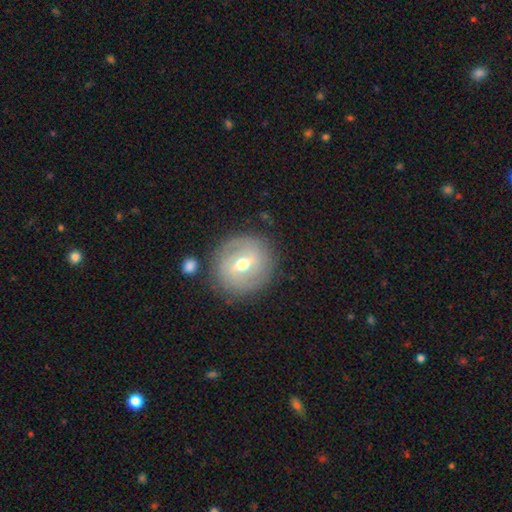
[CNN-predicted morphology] featured or disk 58%, smooth 32%, star or artifact 9%. Down the decision tree: edge-on disk — no (94%); bar — weak (49%); spiral arms — yes (57%); bulge size — moderate (67%); merging — none (83%).